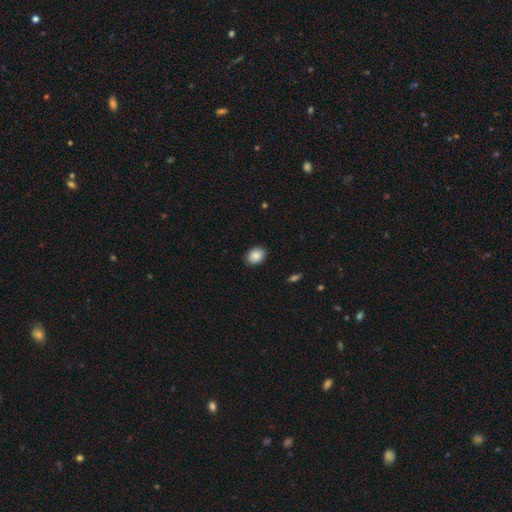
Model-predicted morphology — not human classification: A smooth galaxy with no disk features (87%) that is in between round and cigar-shaped (62%).

Vote fractions:
- Smooth or featured? smooth: 87% / star or artifact: 8% / featured or disk: 5%
- How rounded? in between: 62% / round: 37% / cigar-shaped: 1%
- Merging? none: 87% / minor disturbance: 10% / major disturbance: 2% / merger: 1%